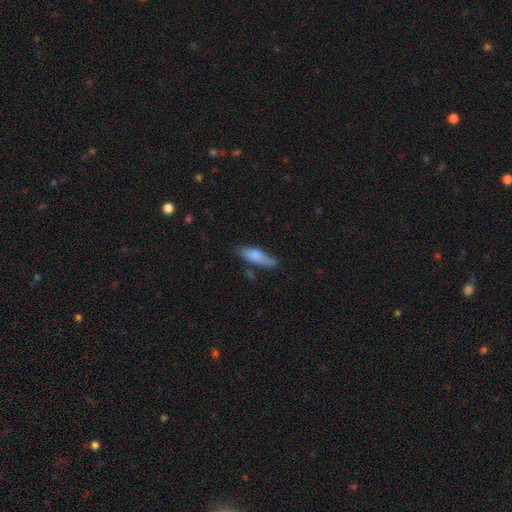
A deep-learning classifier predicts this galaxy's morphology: This appears to be a smooth galaxy with no disk features (76%) that is cigar-shaped (56%). Merging: none (60%).